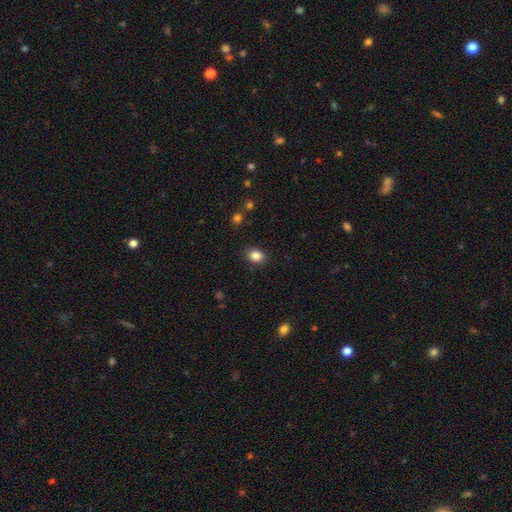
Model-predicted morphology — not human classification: The model was most divided on "how rounded": in between: 55%, round: 44%, cigar-shaped: 1%. More confident: merging — none (86%); smooth or featured — smooth (85%).